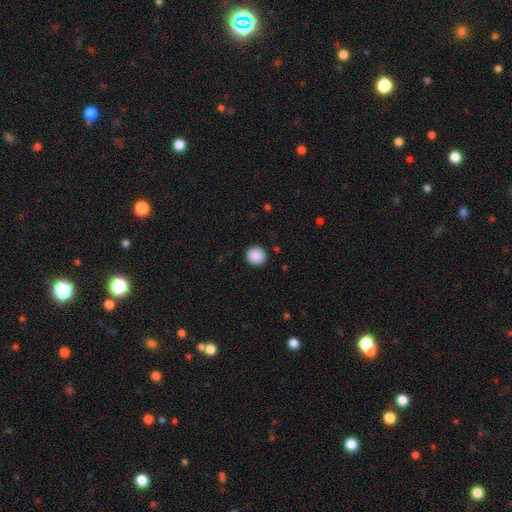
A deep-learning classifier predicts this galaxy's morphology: A smooth galaxy with no disk features (89%) that is round (93%).

Vote fractions:
- Smooth or featured? smooth: 89% / star or artifact: 8% / featured or disk: 2%
- How rounded? round: 93% / in between: 6% / cigar-shaped: 1%
- Merging? none: 91% / minor disturbance: 6% / major disturbance: 2% / merger: 1%